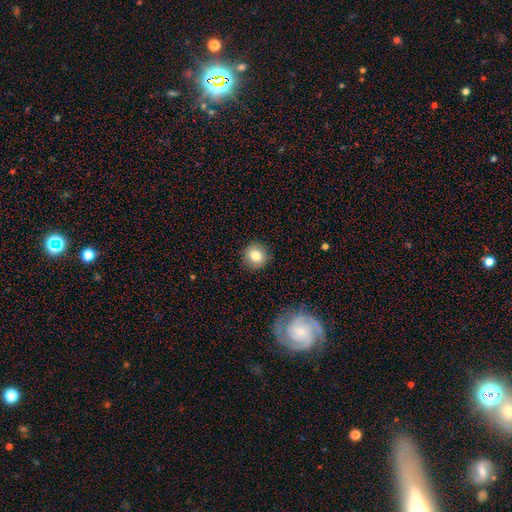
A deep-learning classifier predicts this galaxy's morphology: A smooth galaxy with no disk features (81%) that is round (93%).

Vote fractions:
- Smooth or featured? smooth: 81% / star or artifact: 10% / featured or disk: 9%
- How rounded? round: 93% / in between: 6% / cigar-shaped: 1%
- Merging? none: 90% / minor disturbance: 7% / major disturbance: 2% / merger: 1%